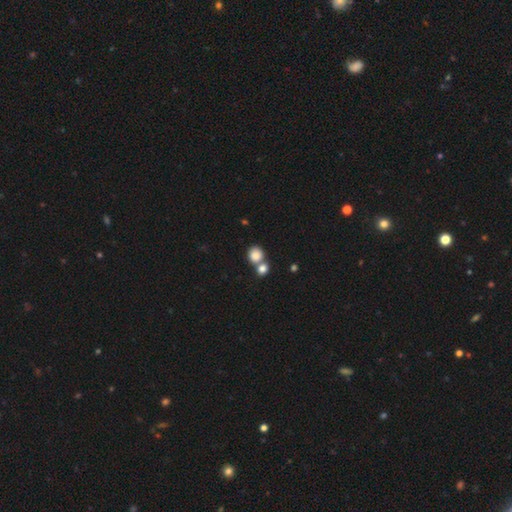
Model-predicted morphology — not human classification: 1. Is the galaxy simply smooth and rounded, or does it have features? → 85% smooth, 9% star or artifact, 6% featured or disk.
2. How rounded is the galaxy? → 79% round, 20% in between, 1% cigar-shaped.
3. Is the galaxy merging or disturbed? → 45% none (tied), 45% merger (tied), 7% minor disturbance, 3% major disturbance.